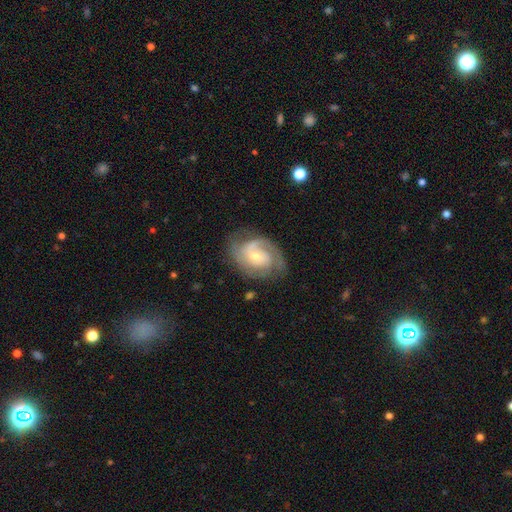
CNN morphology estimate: A featured or disk galaxy (82%) with no bar (49%), 2 (53%) tight (49%) spiral arms (95%) and a small central bulge (58%).

Vote fractions:
- Smooth or featured? featured or disk: 82% / smooth: 13% / star or artifact: 5%
- Edge-on disk? no: 98% / yes: 2%
- Bar? no: 49% / weak: 43% / strong: 8%
- Spiral arms? yes: 95% / no: 5%
- Spiral winding? tight: 49% / medium: 40% / loose: 11%
- Spiral arm count? 2: 53% / can't tell: 17% / 3: 13% / 1: 13% / 4: 3% / more than 4: 3%
- Bulge size? small: 58% / moderate: 34% / none: 4% / large: 3% / dominant: 1%
- Merging? none: 68% / minor disturbance: 20% / major disturbance: 11% / merger: 2%